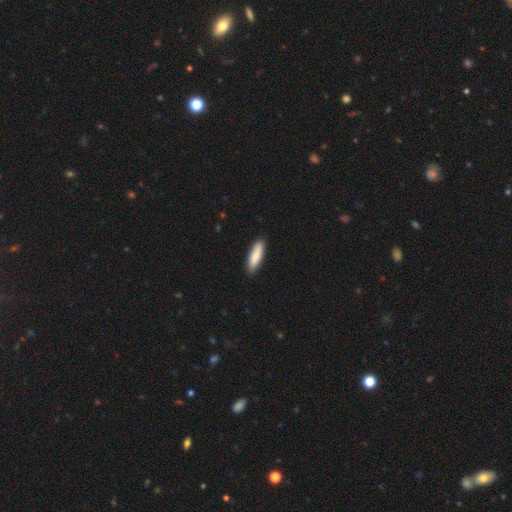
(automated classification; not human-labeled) This appears to be a smooth galaxy with no disk features (86%) that is cigar-shaped (63%). Merging: none (88%).